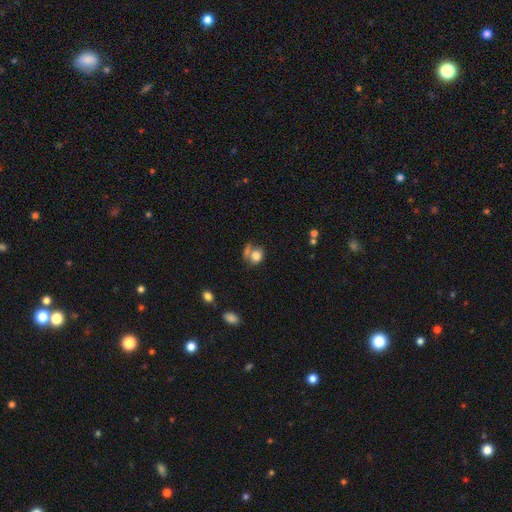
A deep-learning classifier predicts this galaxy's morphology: Overall: smooth (77%). How rounded: round (56%; in between 42%). Merging: none (41%; merger 31%).